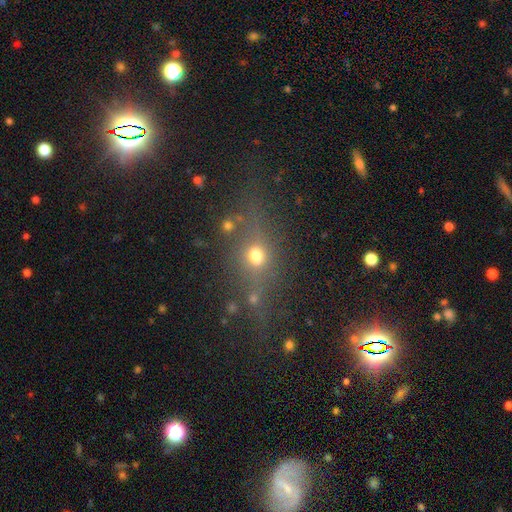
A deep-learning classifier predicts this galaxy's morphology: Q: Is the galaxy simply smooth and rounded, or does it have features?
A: smooth — 56%.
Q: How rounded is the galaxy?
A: round — 47%.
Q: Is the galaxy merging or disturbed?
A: none — 53%.